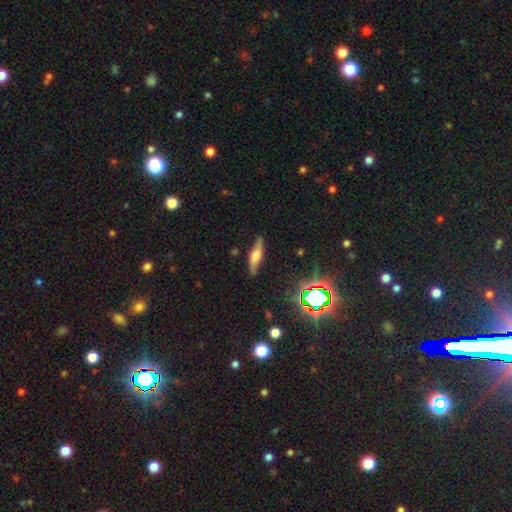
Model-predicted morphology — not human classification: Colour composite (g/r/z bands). It shows a smooth galaxy with no disk features (46%). Merging: none (78%).